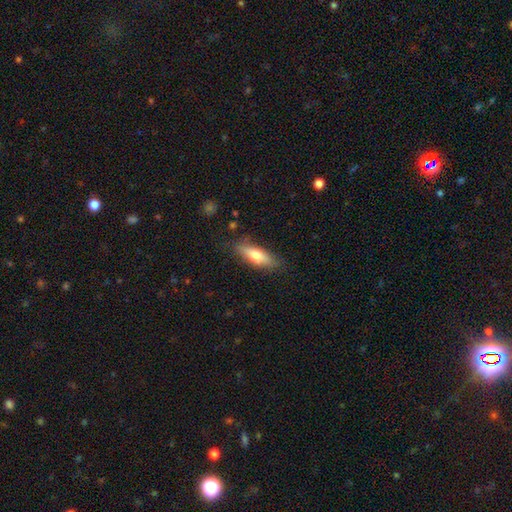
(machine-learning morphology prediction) smooth-or-featured: smooth: 65% | featured or disk: 29% | star or artifact: 6%
  how-rounded: in between: 53% | cigar-shaped: 44% | round: 3%
  merging: none: 79% | minor disturbance: 16% | major disturbance: 4% | merger: 2%